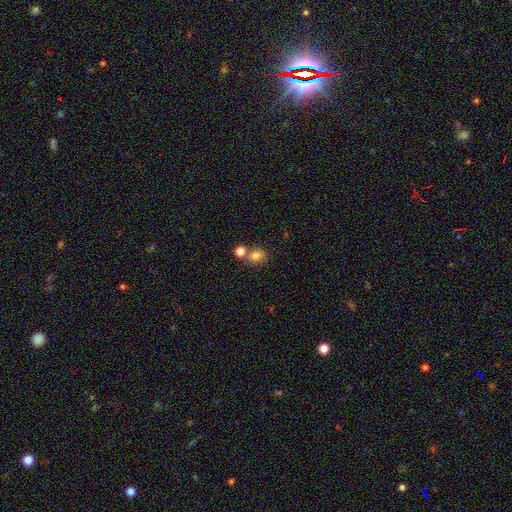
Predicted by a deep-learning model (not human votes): A smooth galaxy with no disk features (79%) that is round (63%). Merging: none (54%).